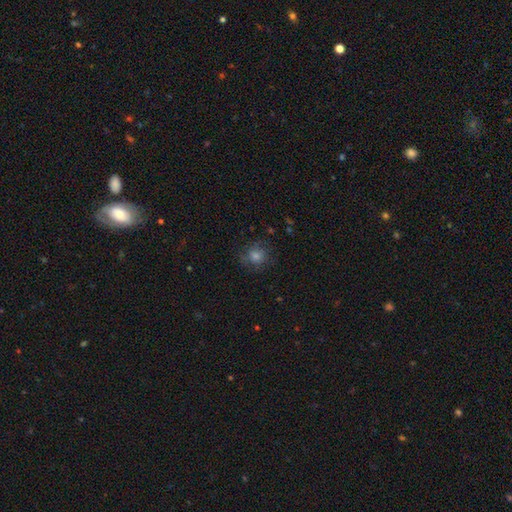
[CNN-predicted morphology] Smooth or featured? smooth (58%)
How rounded? round (87%)
Merging? none (76%)